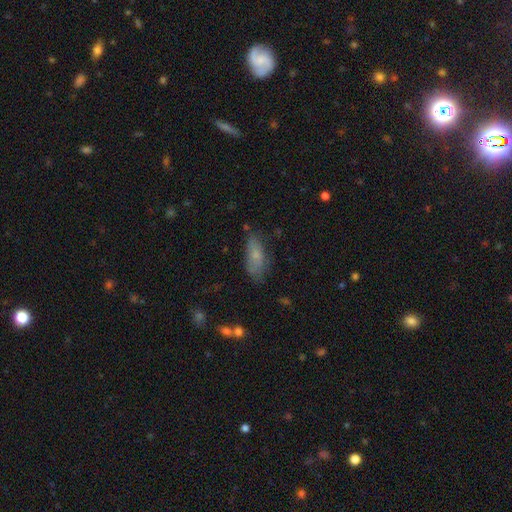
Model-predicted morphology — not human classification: This is likely a smooth galaxy (68%). How rounded: likely in between (76%). Merging: likely none (61%).